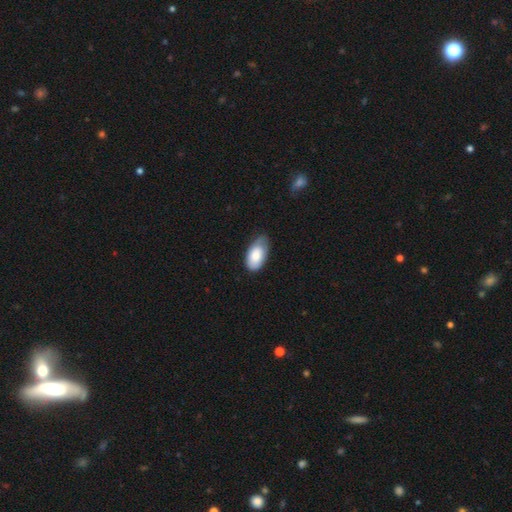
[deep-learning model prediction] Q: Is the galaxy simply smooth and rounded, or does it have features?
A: smooth — 79%.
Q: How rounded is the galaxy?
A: in between — 95%.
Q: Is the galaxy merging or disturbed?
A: none — 53%.